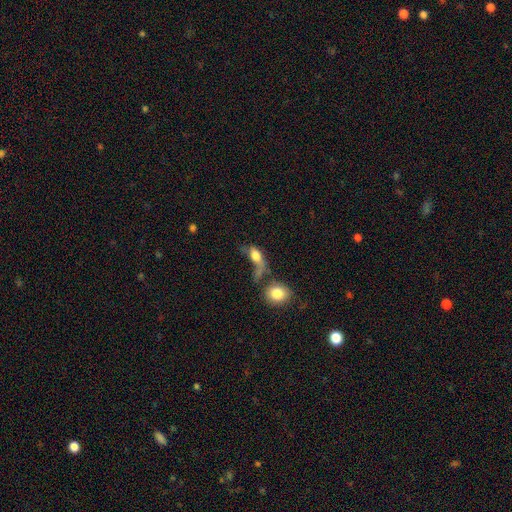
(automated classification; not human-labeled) Q: Smooth or featured?
A: smooth (69%); runner-up: featured or disk (21%)
Q: How rounded?
A: in between (76%); runner-up: round (14%)
Q: Merging?
A: merger (37%); runner-up: major disturbance (28%)